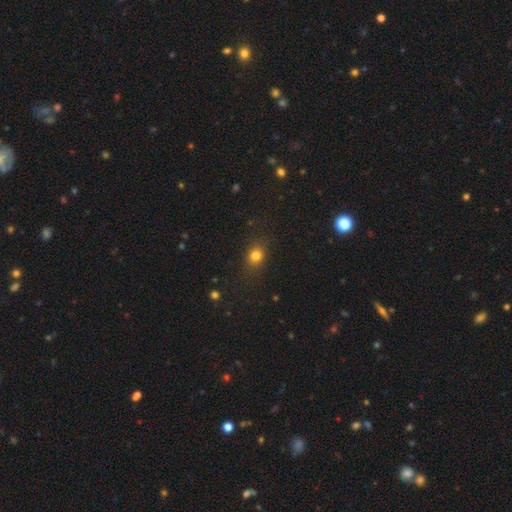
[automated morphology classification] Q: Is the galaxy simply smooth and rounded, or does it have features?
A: smooth — 79%.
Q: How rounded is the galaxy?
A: round — 62%.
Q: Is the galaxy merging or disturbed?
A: none — 82%.